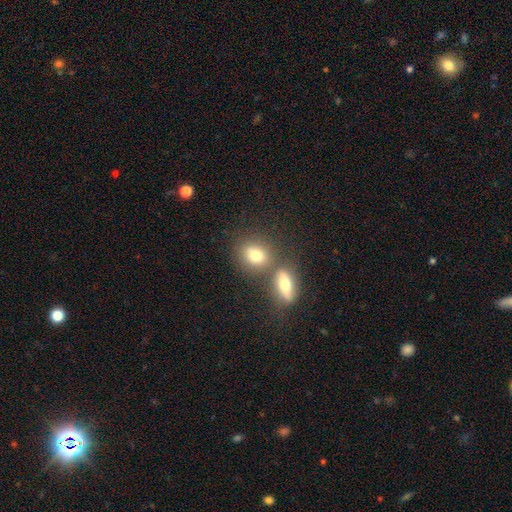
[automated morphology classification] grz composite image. It shows a smooth galaxy with no disk features (79%) that is round (52%). Merging: none (59%).